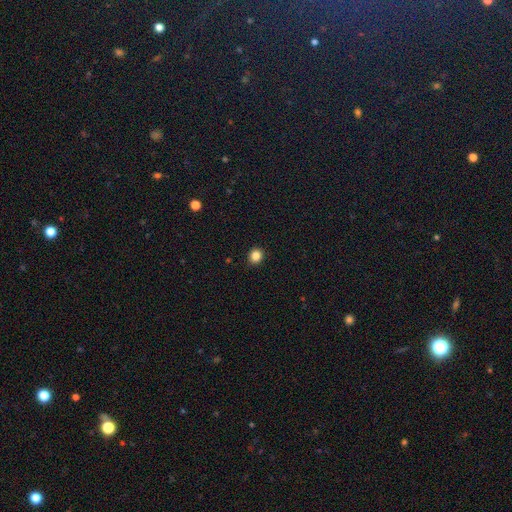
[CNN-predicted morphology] Overall: smooth (85%). How rounded: round (86%). Merging: none (91%).